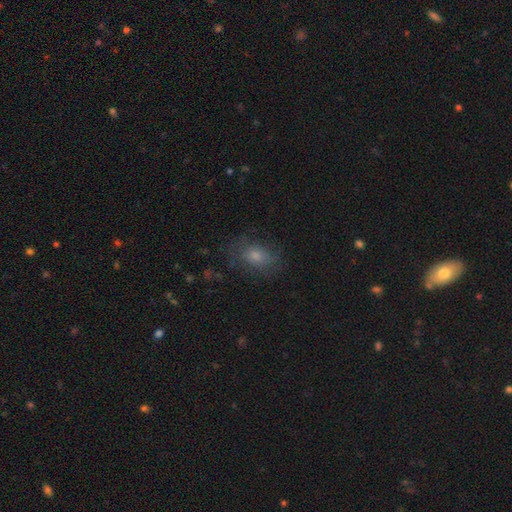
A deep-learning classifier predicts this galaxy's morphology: Smooth or featured? Predicted: smooth (p=0.63). How rounded? Predicted: in between (p=0.73). Merging? Predicted: none (p=0.71).